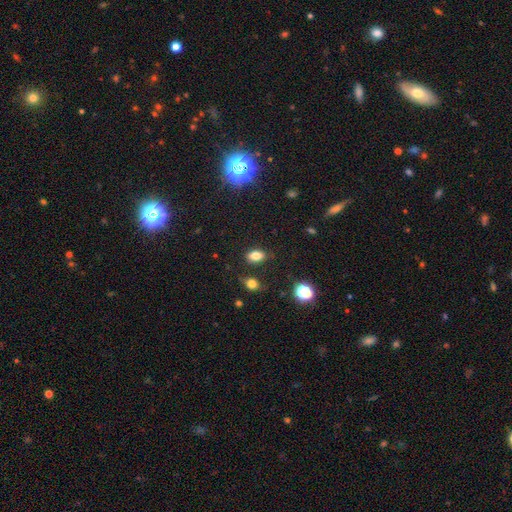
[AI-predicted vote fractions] A smooth galaxy with no disk features (78%) that is in between round and cigar-shaped (84%).

Vote fractions:
- Smooth or featured? smooth: 78% / star or artifact: 13% / featured or disk: 9%
- How rounded? in between: 84% / round: 13% / cigar-shaped: 3%
- Merging? none: 81% / minor disturbance: 12% / merger: 4% / major disturbance: 3%